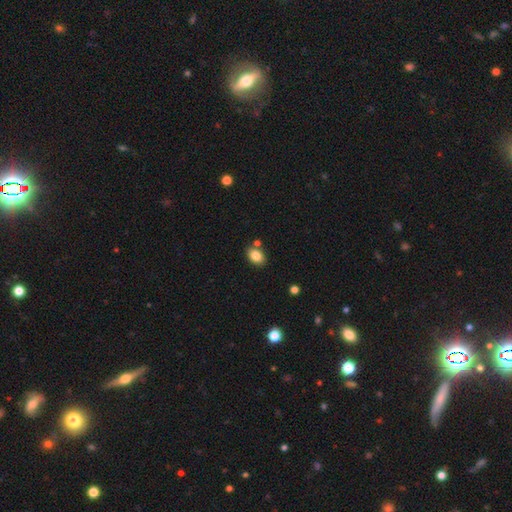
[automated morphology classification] The model was most divided on "how rounded": in between: 79%, round: 20%, cigar-shaped: 1%. More confident: smooth or featured — smooth (83%); merging — none (75%).